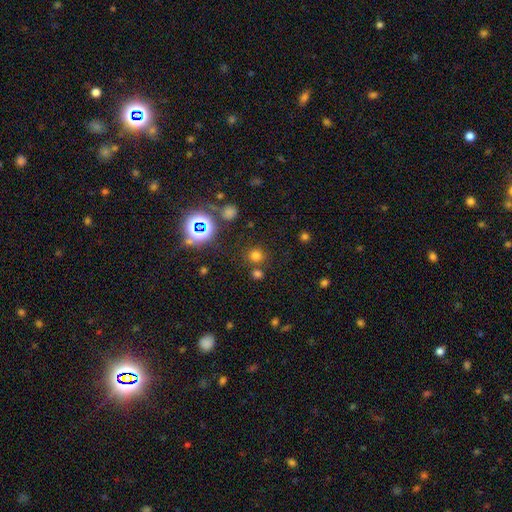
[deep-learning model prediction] A smooth galaxy with no disk features (65%) that is round (89%). Merging: none (76%).